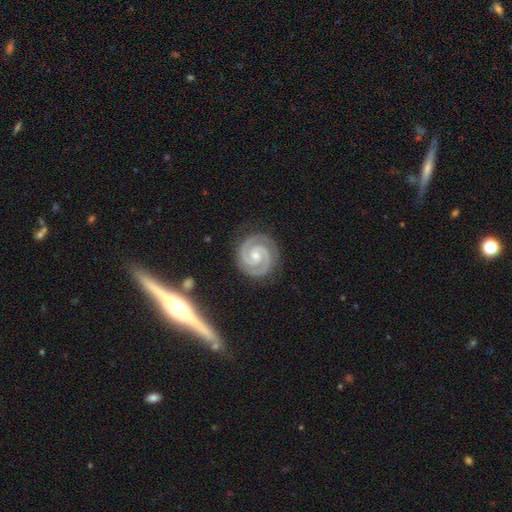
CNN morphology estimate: featured or disk 93%, star or artifact 4%, smooth 3%. Down the decision tree: edge-on disk — no (98%); bar — no (58%); spiral arms — yes (99%); spiral arm count — 2 (92%); spiral winding — tight (75%); bulge size — small (52%); merging — none (87%).